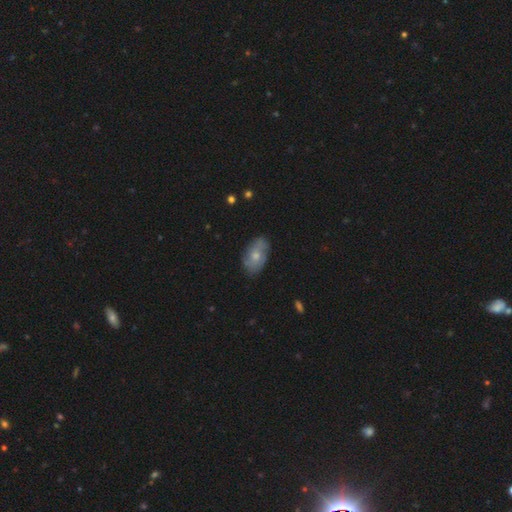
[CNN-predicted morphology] smooth-or-featured: smooth: 53% | featured or disk: 40% | star or artifact: 7%
  how-rounded: in between: 91% | round: 7% | cigar-shaped: 2%
  merging: none: 74% | minor disturbance: 20% | major disturbance: 4% | merger: 1%